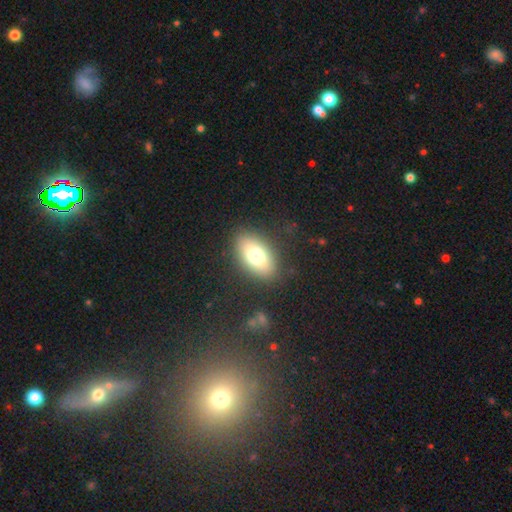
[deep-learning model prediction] This is likely a smooth galaxy (74%). How rounded: clearly in between (88%). Merging: clearly none (84%).